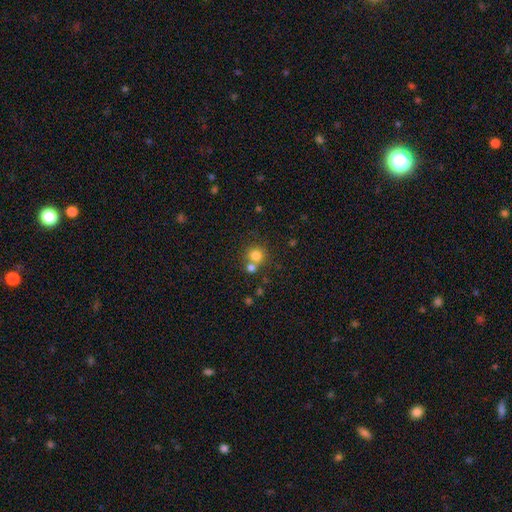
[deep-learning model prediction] Overall: smooth (79%). How rounded: round (88%). Merging: none (56%; merger 34%).